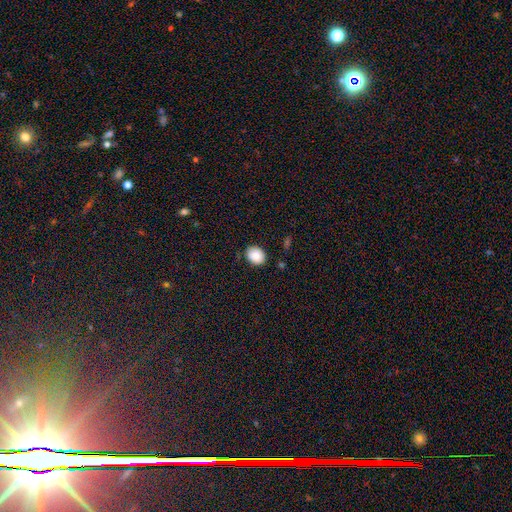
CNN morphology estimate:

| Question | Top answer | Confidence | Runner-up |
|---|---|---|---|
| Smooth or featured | smooth | 89% | star or artifact (8%) |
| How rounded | in between | 55% | round (45%) |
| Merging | none | 83% | minor disturbance (13%) |